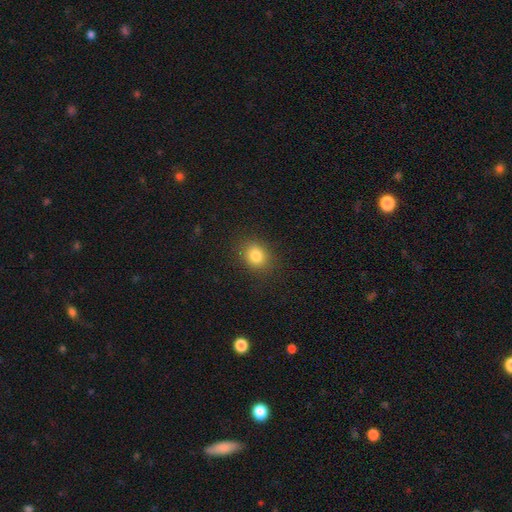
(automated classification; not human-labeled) smooth_or_featured: smooth (p=0.83) [alt: star or artifact p=0.11]
how_rounded: round (p=0.56) [alt: in between p=0.43]
merging: none (p=0.87) [alt: minor disturbance p=0.09]